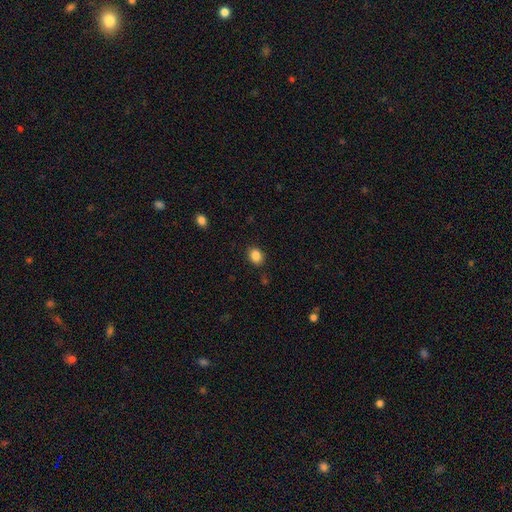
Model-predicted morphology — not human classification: type=smooth (86%); roundness=round (50%); merging=none (88%).